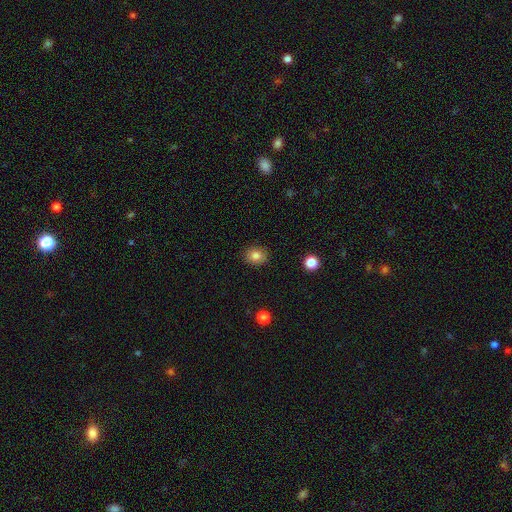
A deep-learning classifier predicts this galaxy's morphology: The model was most divided on "how rounded": round: 69%, in between: 30%, cigar-shaped: 1%. More confident: merging — none (90%); smooth or featured — smooth (83%).